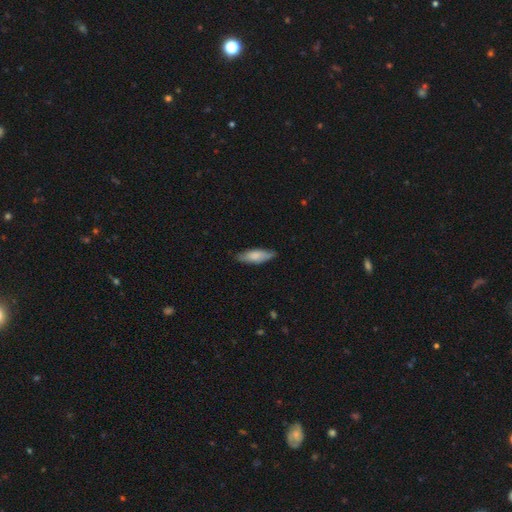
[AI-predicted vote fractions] This appears to be a smooth galaxy with no disk features (74%) that is in between round and cigar-shaped (54%). Merging: none (79%).